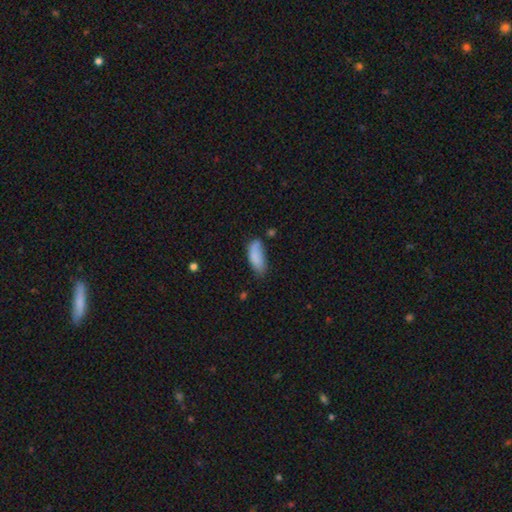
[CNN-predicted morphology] smooth_or_featured: smooth (p=0.84) [alt: featured or disk p=0.09]
how_rounded: in between (p=0.78) [alt: cigar-shaped p=0.20]
merging: none (p=0.55) [alt: minor disturbance p=0.32]